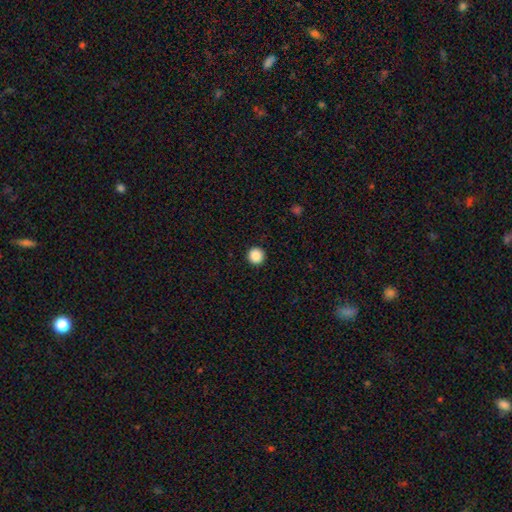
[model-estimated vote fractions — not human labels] smooth_or_featured: smooth (p=0.88) [alt: star or artifact p=0.09]
how_rounded: round (p=0.96) [alt: in between p=0.03]
merging: none (p=0.94) [alt: minor disturbance p=0.04]